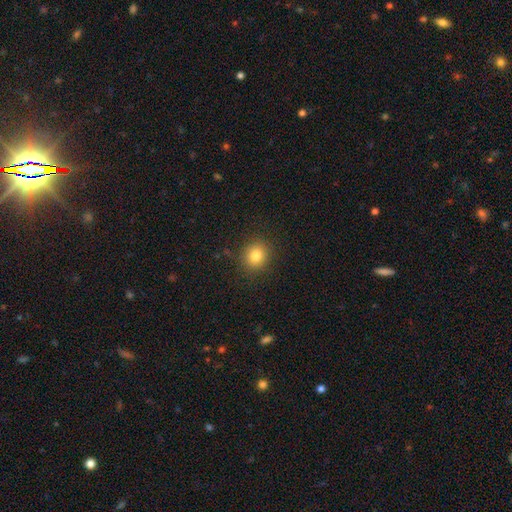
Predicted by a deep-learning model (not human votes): smooth_or_featured: smooth (p=0.82) [alt: star or artifact p=0.12]
how_rounded: round (p=0.79) [alt: in between p=0.20]
merging: none (p=0.88) [alt: minor disturbance p=0.08]